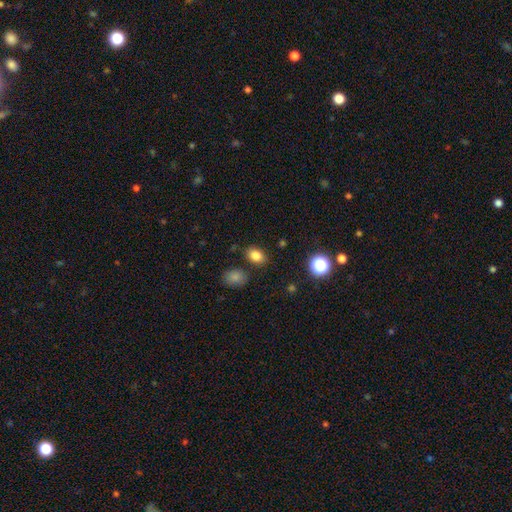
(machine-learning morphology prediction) smooth_or_featured: smooth (p=0.82) [alt: star or artifact p=0.12]
how_rounded: in between (p=0.75) [alt: round p=0.24]
merging: none (p=0.84) [alt: minor disturbance p=0.10]